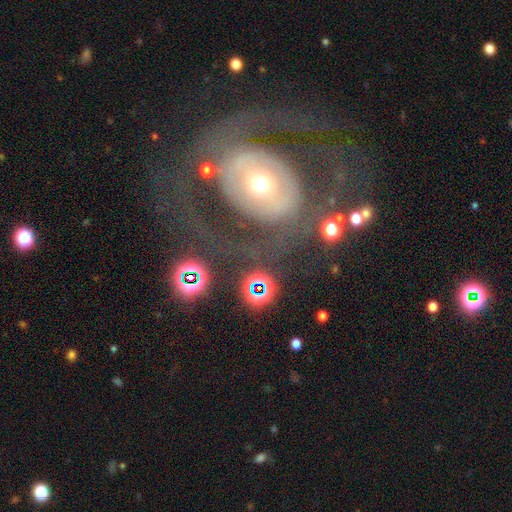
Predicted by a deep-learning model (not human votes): This is likely a featured or disk galaxy (66%). It is clearly not viewed edge-on (95%). Bar: likely no (69%). Spiral arm pattern: possibly no (60%). Central bulge: possibly moderate (54%). Merging: likely none (68%).